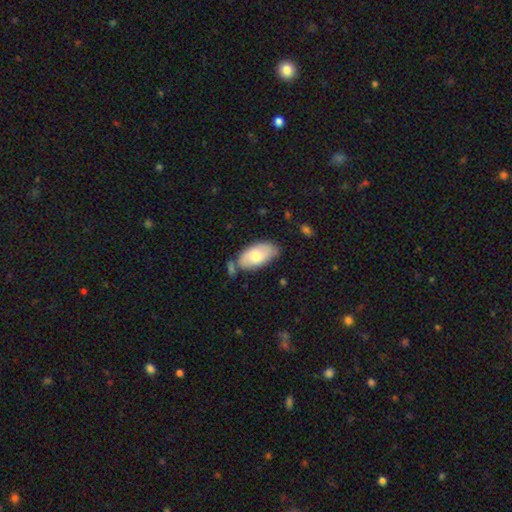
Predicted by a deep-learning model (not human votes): smooth_or_featured: smooth (p=0.73) [alt: featured or disk p=0.21]
how_rounded: in between (p=0.94) [alt: cigar-shaped p=0.03]
merging: none (p=0.64) [alt: minor disturbance p=0.21]